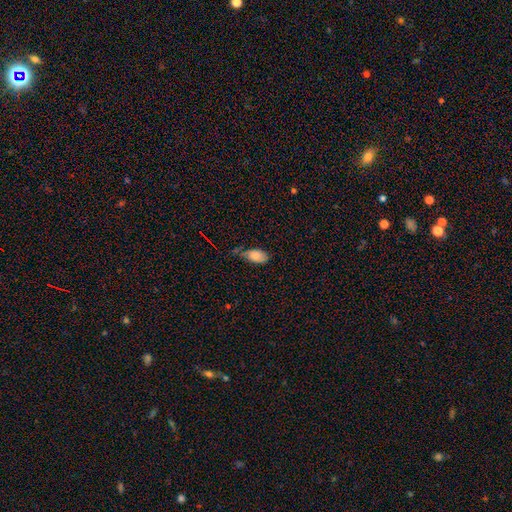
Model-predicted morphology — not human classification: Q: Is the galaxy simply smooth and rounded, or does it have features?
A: smooth — 81%.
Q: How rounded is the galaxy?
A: in between — 93%.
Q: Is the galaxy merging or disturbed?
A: none — 45%.